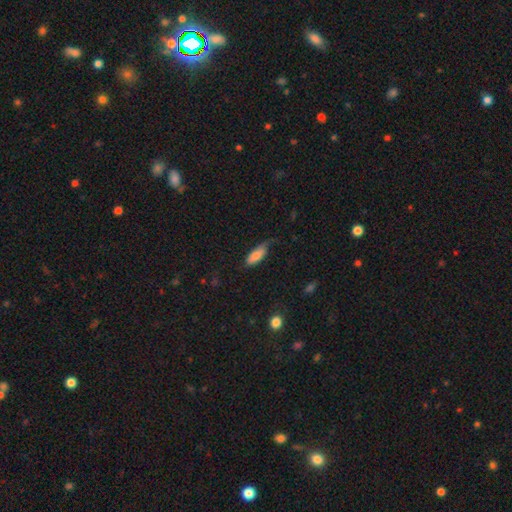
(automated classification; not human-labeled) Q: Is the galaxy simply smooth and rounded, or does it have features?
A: smooth — 77%.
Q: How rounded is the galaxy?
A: in between — 72%.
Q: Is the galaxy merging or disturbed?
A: none — 47%.